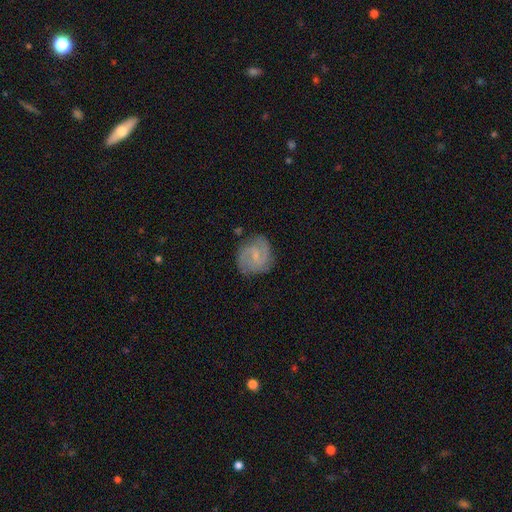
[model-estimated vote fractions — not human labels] Smooth or featured? featured or disk (75%)
Edge-on disk? no (98%)
Bar? weak (50%)
Spiral arms? yes (94%)
Spiral winding? medium (45%)
Spiral arm count? 2 (62%)
Bulge size? small (70%)
Merging? none (75%)